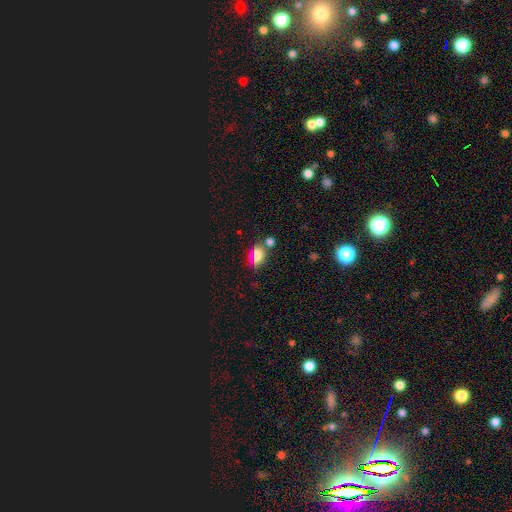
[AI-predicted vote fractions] A smooth galaxy with no disk features (66%) that is in between round and cigar-shaped (68%).

Vote fractions:
- Smooth or featured? smooth: 66% / star or artifact: 24% / featured or disk: 10%
- How rounded? in between: 68% / round: 28% / cigar-shaped: 4%
- Merging? none: 72% / minor disturbance: 13% / merger: 10% / major disturbance: 5%